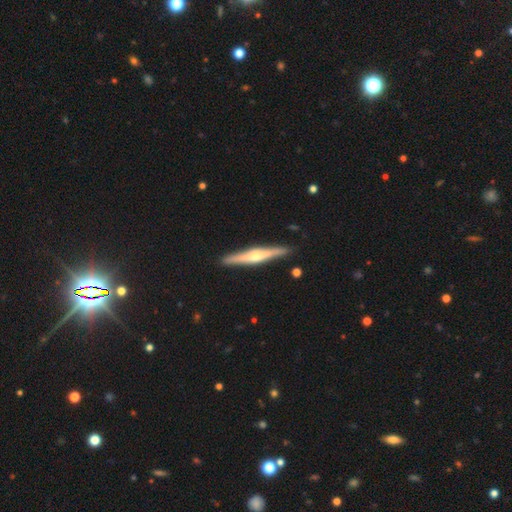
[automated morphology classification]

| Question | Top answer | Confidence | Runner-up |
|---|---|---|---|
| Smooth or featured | featured or disk | 74% | smooth (21%) |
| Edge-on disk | yes | 97% | no (3%) |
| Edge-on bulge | rounded | 83% | boxy (10%) |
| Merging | none | 90% | minor disturbance (7%) |